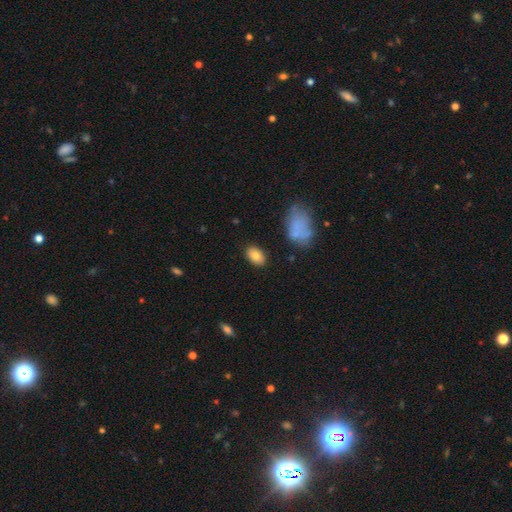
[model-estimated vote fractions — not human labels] smooth_or_featured: smooth (p=0.82) [alt: featured or disk p=0.10]
how_rounded: in between (p=0.91) [alt: round p=0.08]
merging: none (p=0.85) [alt: minor disturbance p=0.10]